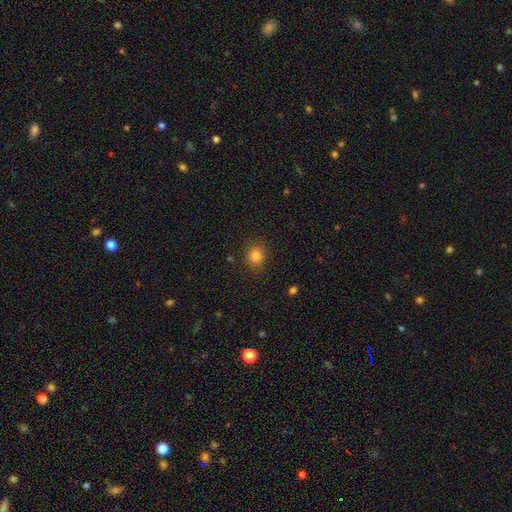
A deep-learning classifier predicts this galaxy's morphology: smooth-or-featured: smooth: 84% | star or artifact: 12% | featured or disk: 5%
  how-rounded: round: 72% | in between: 27% | cigar-shaped: 1%
  merging: none: 86% | minor disturbance: 10% | major disturbance: 3% | merger: 1%